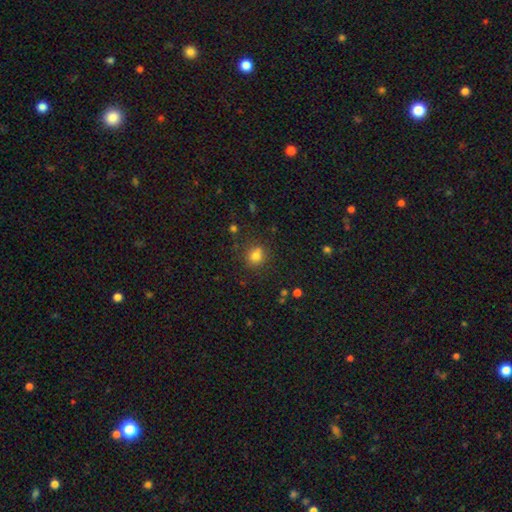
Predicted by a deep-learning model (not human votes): Smooth or featured?
  - smooth: 78% *
  - star or artifact: 14%
  - featured or disk: 7%
How rounded?
  - round: 73% *
  - in between: 26%
  - cigar-shaped: 1%
Merging?
  - none: 74% *
  - minor disturbance: 14%
  - merger: 8%
  - major disturbance: 4%